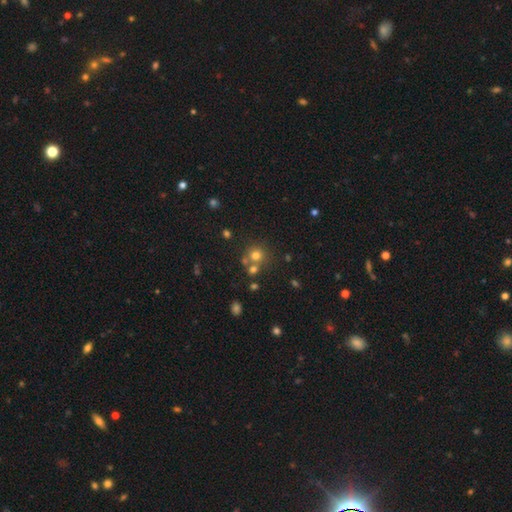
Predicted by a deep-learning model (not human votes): Smooth or featured? Predicted: smooth (p=0.70). How rounded? Predicted: round (p=0.88). Merging? Predicted: none (p=0.59).